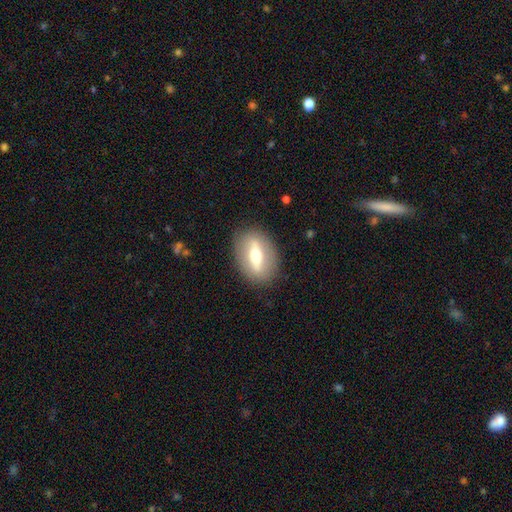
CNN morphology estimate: A featured or disk galaxy (55%).

Vote fractions:
- Smooth or featured? featured or disk: 55% / smooth: 38% / star or artifact: 7%
- Edge-on disk? no: 60% / yes: 40%
- Merging? none: 85% / minor disturbance: 10% / major disturbance: 4% / merger: 1%